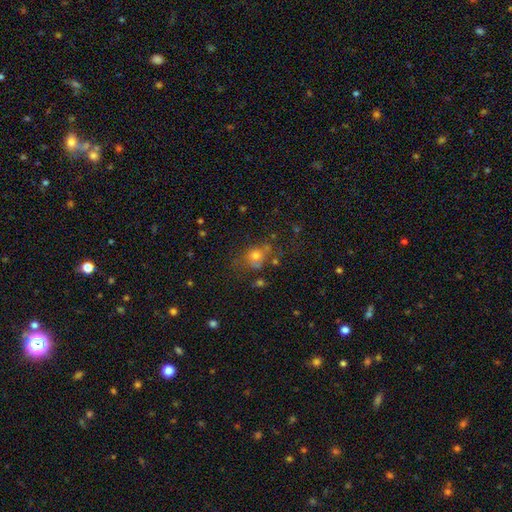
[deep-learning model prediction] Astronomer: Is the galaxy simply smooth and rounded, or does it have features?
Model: smooth — 60%.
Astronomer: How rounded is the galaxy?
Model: round — 71%.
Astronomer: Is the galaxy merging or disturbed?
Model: none — 54%.